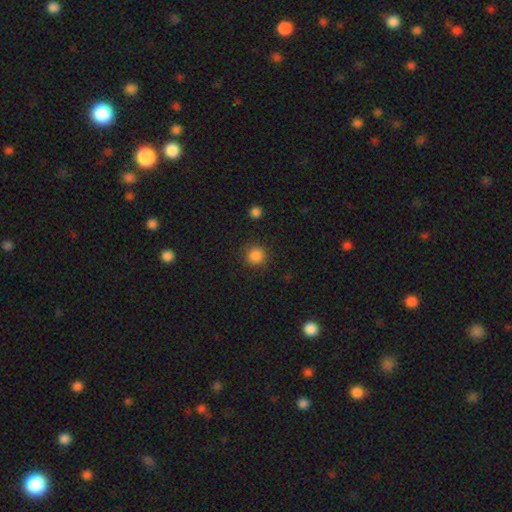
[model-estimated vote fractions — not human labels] Overall: smooth (86%). How rounded: round (93%). Merging: none (89%).